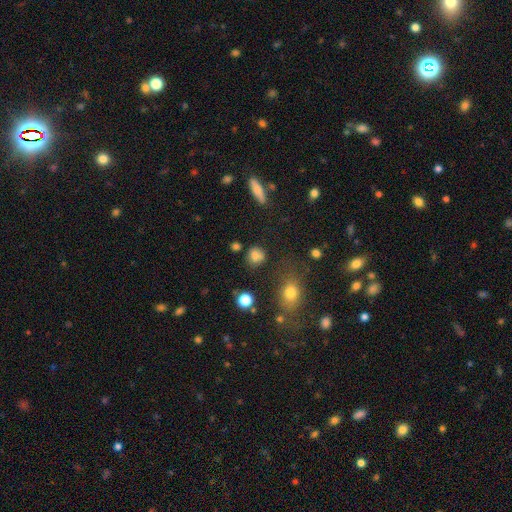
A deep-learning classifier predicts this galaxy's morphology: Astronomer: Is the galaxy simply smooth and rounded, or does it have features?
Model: smooth — 78%.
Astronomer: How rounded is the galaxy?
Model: round — 77%.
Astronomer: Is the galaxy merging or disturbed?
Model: none — 71%.